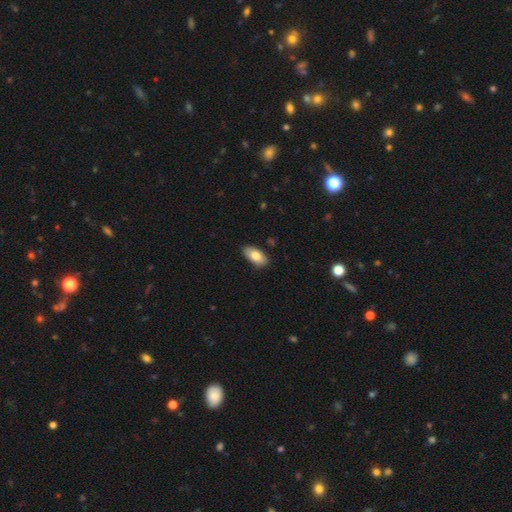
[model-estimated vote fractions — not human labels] Q: Smooth or featured?
A: smooth (79%); runner-up: featured or disk (14%)
Q: How rounded?
A: in between (93%); runner-up: cigar-shaped (5%)
Q: Merging?
A: none (84%); runner-up: minor disturbance (12%)